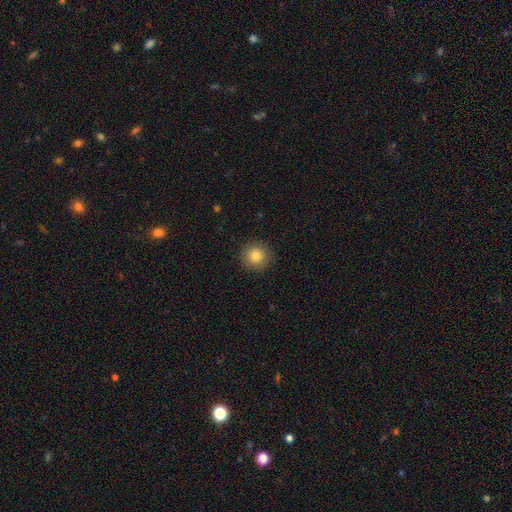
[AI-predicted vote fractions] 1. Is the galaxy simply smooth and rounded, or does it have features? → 83% smooth, 10% star or artifact, 7% featured or disk.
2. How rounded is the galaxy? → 94% round, 5% in between, 1% cigar-shaped.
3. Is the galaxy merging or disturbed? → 90% none, 7% minor disturbance, 2% major disturbance, 1% merger.